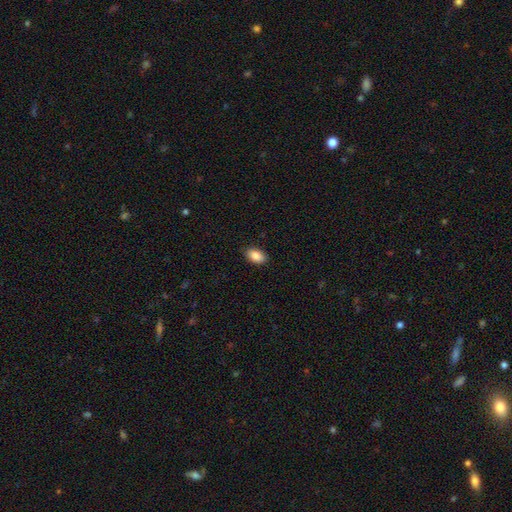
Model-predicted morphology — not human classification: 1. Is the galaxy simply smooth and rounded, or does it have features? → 87% smooth, 7% star or artifact, 5% featured or disk.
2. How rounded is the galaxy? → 91% in between, 8% round, 2% cigar-shaped.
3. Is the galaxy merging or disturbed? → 88% none, 9% minor disturbance, 2% major disturbance, 1% merger.